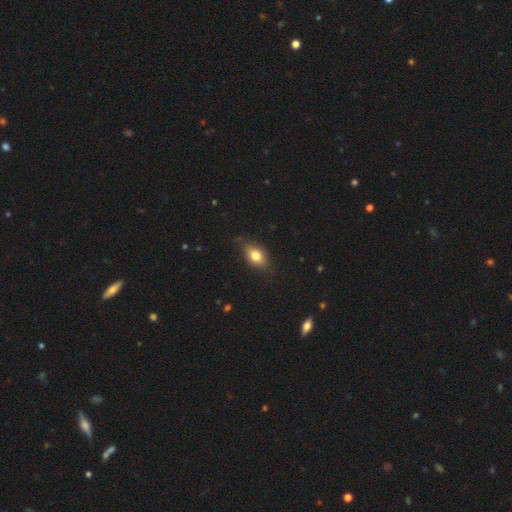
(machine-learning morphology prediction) Smooth or featured?
  - smooth: 78% *
  - featured or disk: 13%
  - star or artifact: 8%
How rounded?
  - in between: 83% *
  - round: 13%
  - cigar-shaped: 4%
Merging?
  - none: 79% *
  - minor disturbance: 16%
  - major disturbance: 3%
  - merger: 1%